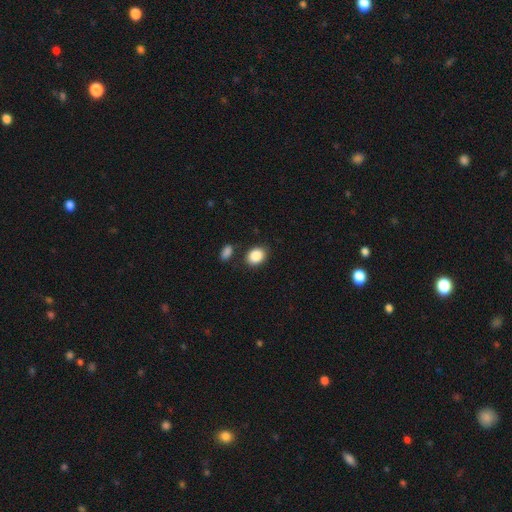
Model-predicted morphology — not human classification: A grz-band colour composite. It shows a smooth galaxy with no disk features (88%) that is in between round and cigar-shaped (60%). Merging: none (80%).